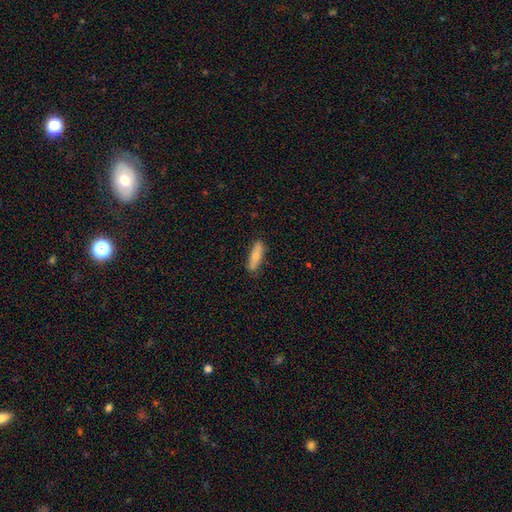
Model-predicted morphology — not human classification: smooth 73%, featured or disk 21%, star or artifact 6%. Down the decision tree: how rounded — cigar-shaped (58%); merging — none (83%).